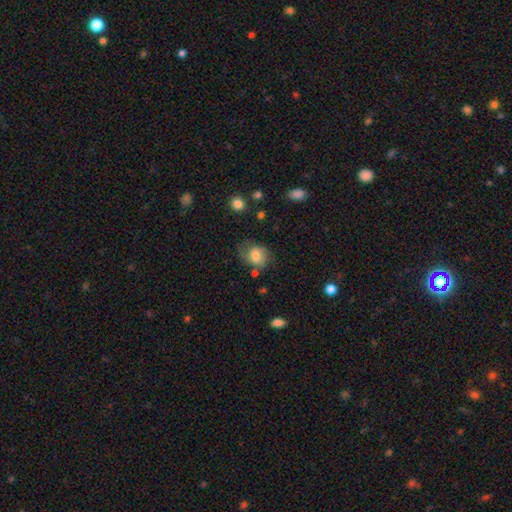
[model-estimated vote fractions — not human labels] Smooth or featured?
  - smooth: 68% *
  - featured or disk: 23%
  - star or artifact: 9%
How rounded?
  - in between: 50% *
  - round: 49%
  - cigar-shaped: 1%
Merging?
  - none: 56% *
  - minor disturbance: 27%
  - major disturbance: 13%
  - merger: 4%